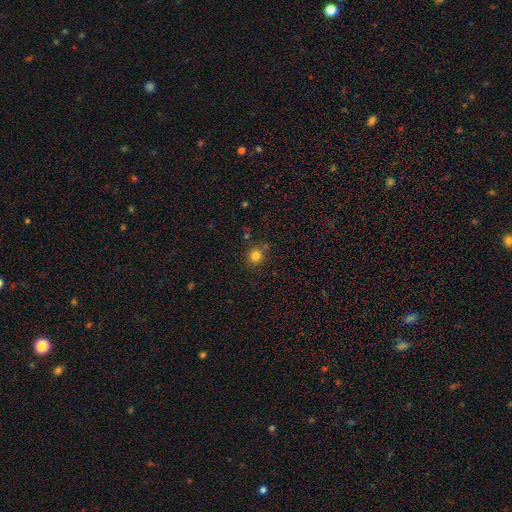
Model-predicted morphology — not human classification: This appears to be a smooth galaxy with no disk features (81%) that is round (87%). Merging: none (76%).